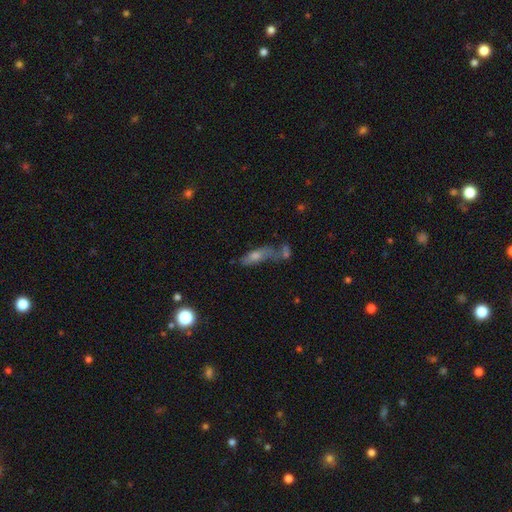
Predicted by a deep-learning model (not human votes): A smooth galaxy with no disk features (49%).

Vote fractions:
- Smooth or featured? smooth: 49% / featured or disk: 36% / star or artifact: 15%
- Merging? none: 37% / merger: 33% / minor disturbance: 17% / major disturbance: 14%